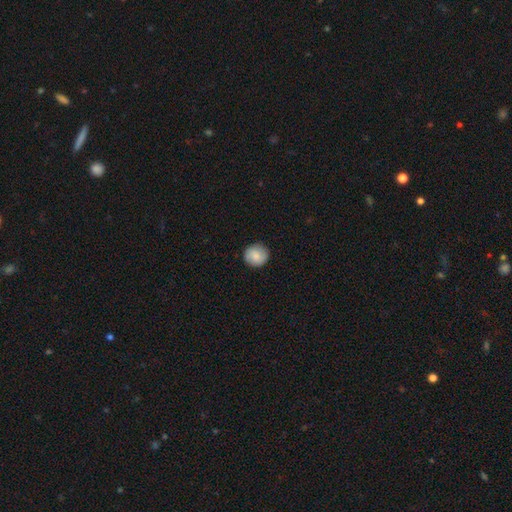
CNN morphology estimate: smooth 80%, featured or disk 13%, star or artifact 7%. Down the decision tree: how rounded — round (90%); merging — none (89%).